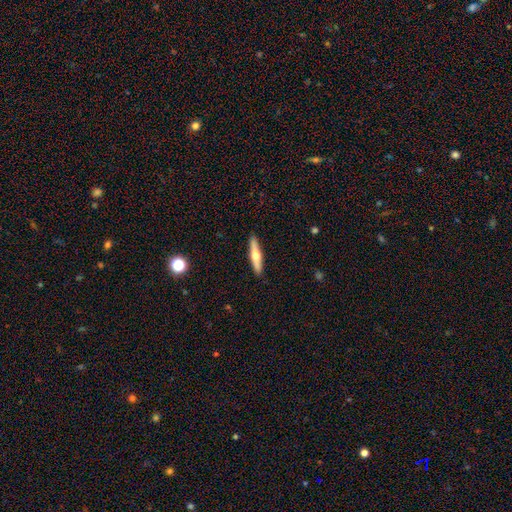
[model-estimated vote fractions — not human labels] A featured or disk galaxy (54%) viewed edge-on (94%) with a rounded central bulge (93%).

Vote fractions:
- Smooth or featured? featured or disk: 54% / smooth: 41% / star or artifact: 6%
- Edge-on disk? yes: 94% / no: 6%
- Edge-on bulge? rounded: 93% / none: 4% / boxy: 2%
- Merging? none: 91% / minor disturbance: 6% / major disturbance: 1% / merger: 1%